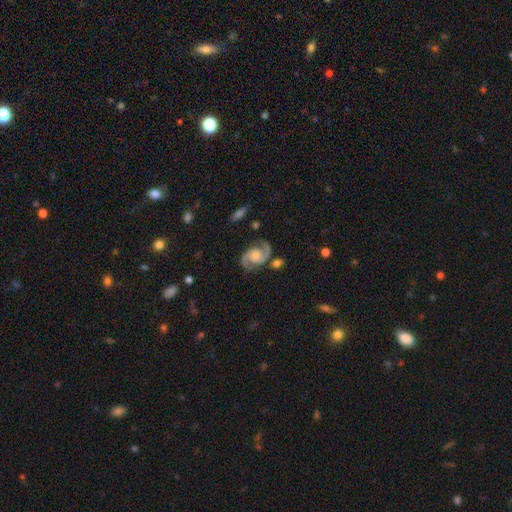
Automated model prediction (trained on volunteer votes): Smooth or featured? Predicted: featured or disk (p=0.89). Edge-on disk? Predicted: no (p=0.98). Bar? Predicted: no (p=0.65). Spiral arms? Predicted: yes (p=0.98). Spiral winding? Predicted: medium (p=0.58). Spiral arm count? Predicted: 2 (p=0.94). Bulge size? Predicted: moderate (p=0.42). Merging? Predicted: none (p=0.78).